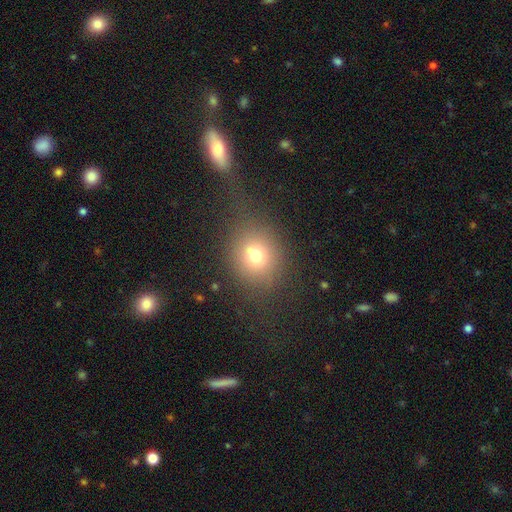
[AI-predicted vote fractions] Overall: smooth (74%). How rounded: round (74%). Merging: none (66%).